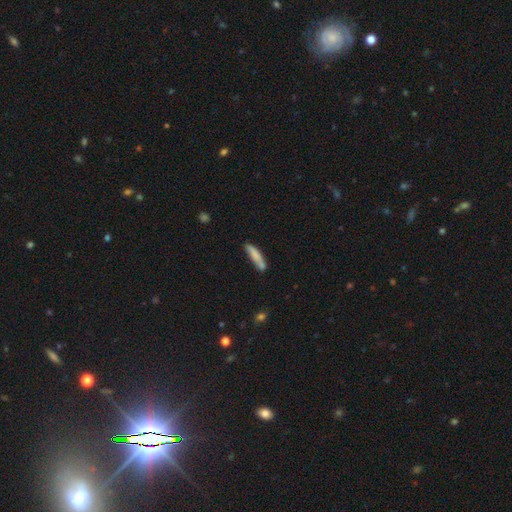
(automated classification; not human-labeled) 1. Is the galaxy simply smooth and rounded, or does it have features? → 77% smooth, 17% featured or disk, 7% star or artifact.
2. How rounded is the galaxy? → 80% cigar-shaped, 18% in between, 2% round.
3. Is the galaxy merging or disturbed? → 62% none, 22% minor disturbance, 10% merger, 5% major disturbance.